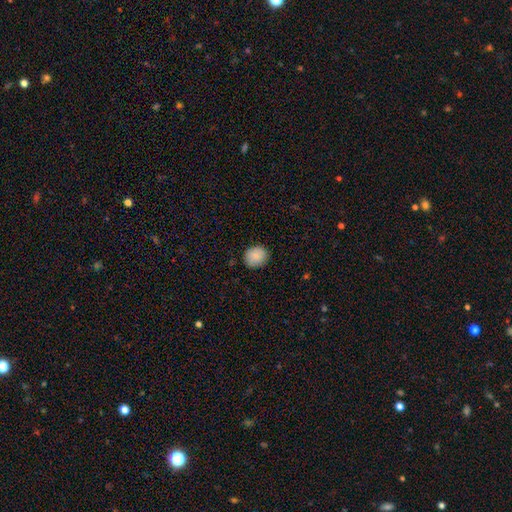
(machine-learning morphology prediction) Smooth or featured: smooth — 89% (star or artifact — 7%)
How rounded: round — 68% (in between — 31%)
Merging: none — 87% (minor disturbance — 10%)